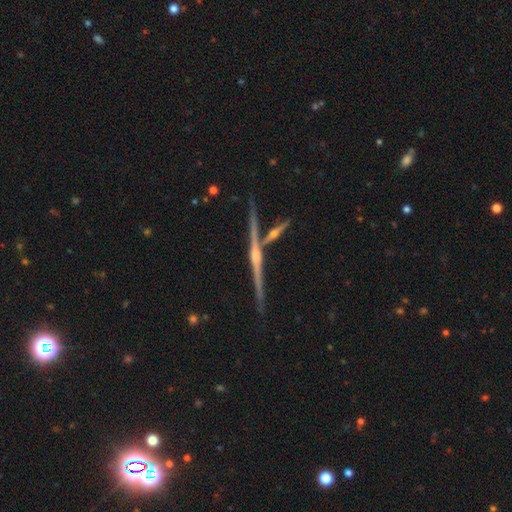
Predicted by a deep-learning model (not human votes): Morphology: type=featured or disk (87%); edge-on=yes (98%); edge-on bulge=rounded (77%); merging=none (84%).